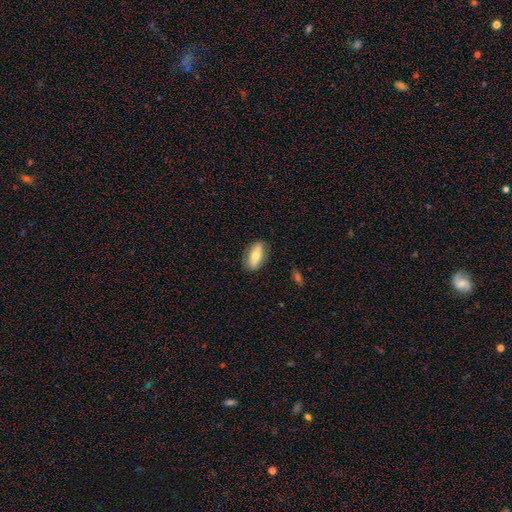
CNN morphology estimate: A smooth galaxy with no disk features (61%) that is in between round and cigar-shaped (83%). Merging: none (83%).